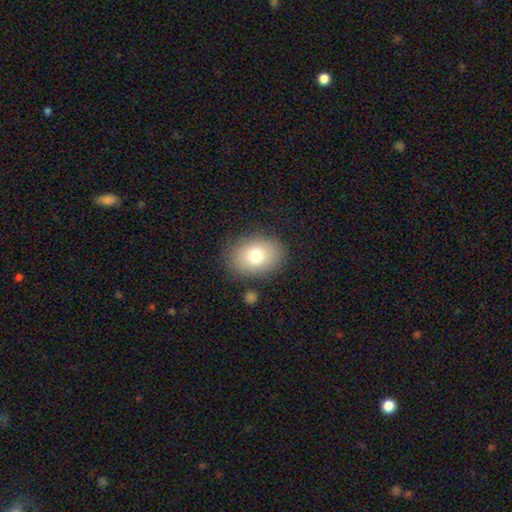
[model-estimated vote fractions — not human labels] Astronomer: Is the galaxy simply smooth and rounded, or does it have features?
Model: smooth — 75%.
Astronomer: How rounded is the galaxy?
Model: in between — 67%.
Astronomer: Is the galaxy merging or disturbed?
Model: none — 84%.